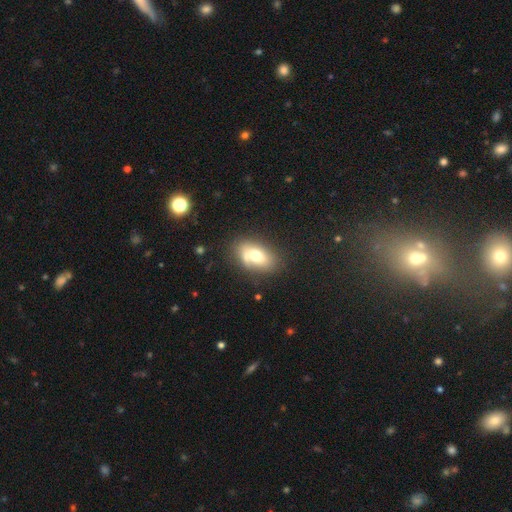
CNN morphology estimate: Smooth or featured? smooth (66%)
How rounded? in between (87%)
Merging? none (57%)